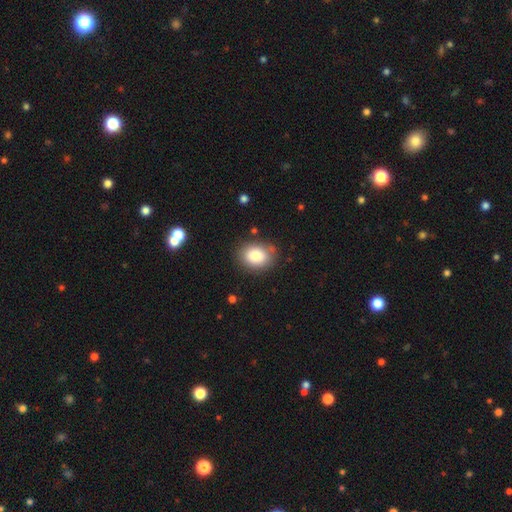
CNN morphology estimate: A smooth galaxy with no disk features (84%) that is in between round and cigar-shaped (62%). Merging: none (81%).